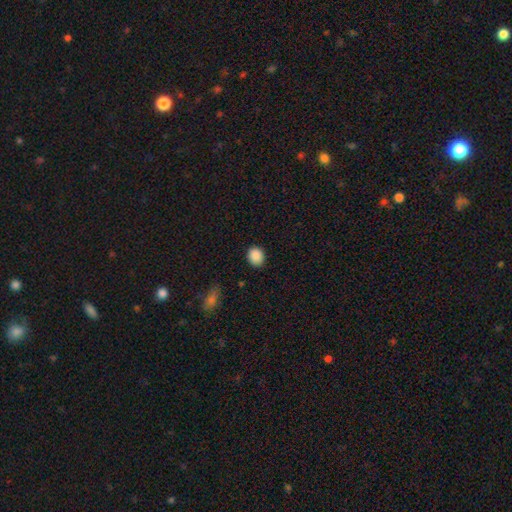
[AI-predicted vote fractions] Smooth or featured: smooth — 89% (star or artifact — 9%)
How rounded: round — 67% (in between — 32%)
Merging: none — 88% (minor disturbance — 8%)